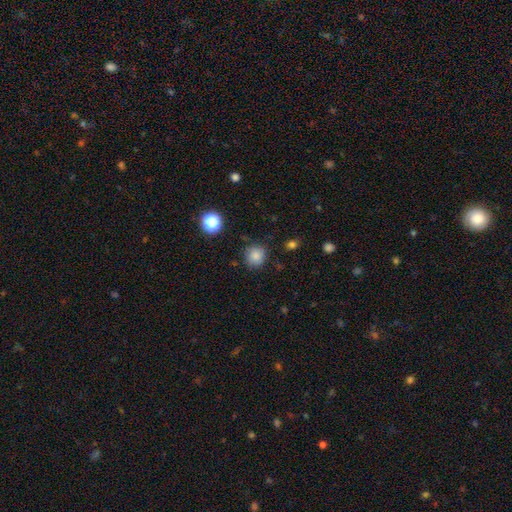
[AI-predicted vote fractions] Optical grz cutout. It shows a smooth galaxy with no disk features (83%) that is round (90%). Merging: none (84%).